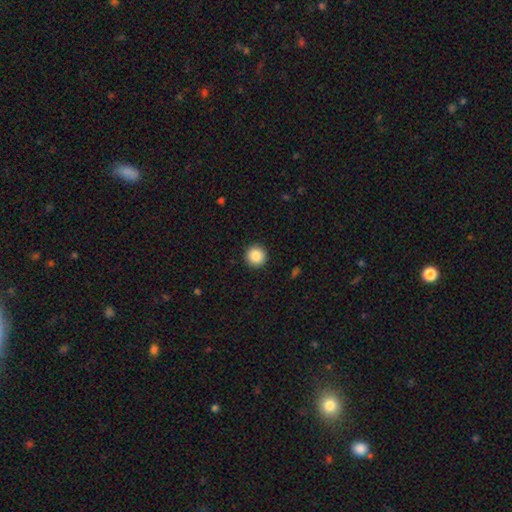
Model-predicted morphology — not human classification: A smooth galaxy with no disk features (87%) that is round (95%).

Vote fractions:
- Smooth or featured? smooth: 87% / star or artifact: 9% / featured or disk: 4%
- How rounded? round: 95% / in between: 4% / cigar-shaped: 1%
- Merging? none: 92% / minor disturbance: 5% / major disturbance: 2% / merger: 1%